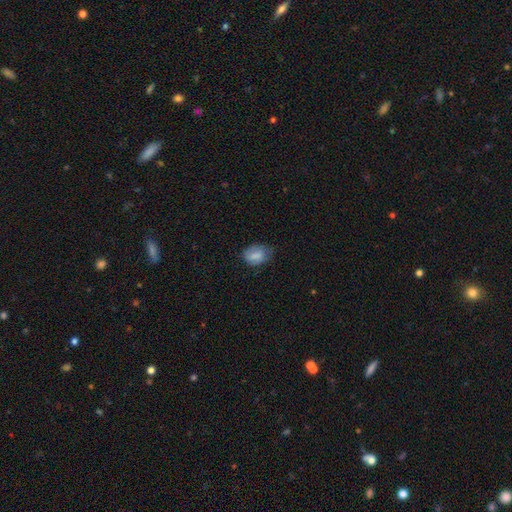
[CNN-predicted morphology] A smooth galaxy with no disk features (80%) that is in between round and cigar-shaped (73%). Merging: none (60%).